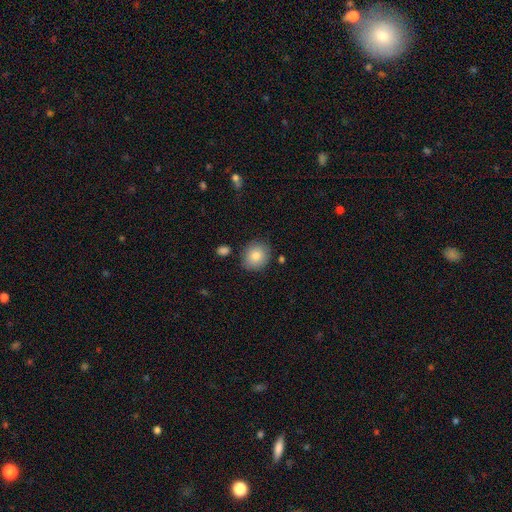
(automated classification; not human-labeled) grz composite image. It shows a smooth galaxy with no disk features (83%) that is round (80%). Merging: none (83%).